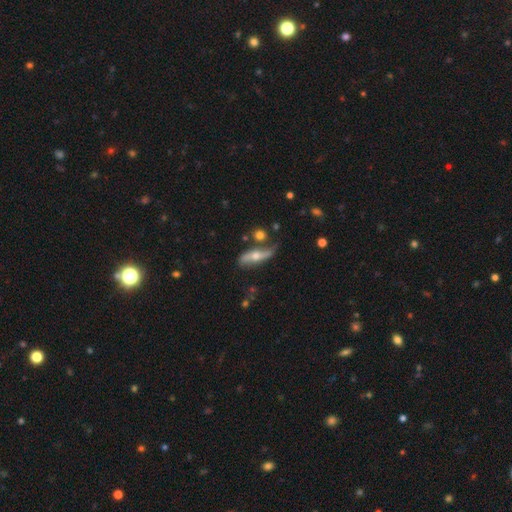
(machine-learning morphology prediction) Overall: featured or disk (65%; smooth 27%). Edge-on disk: no (62%; yes 38%). Merging: none (57%; minor disturbance 22%).